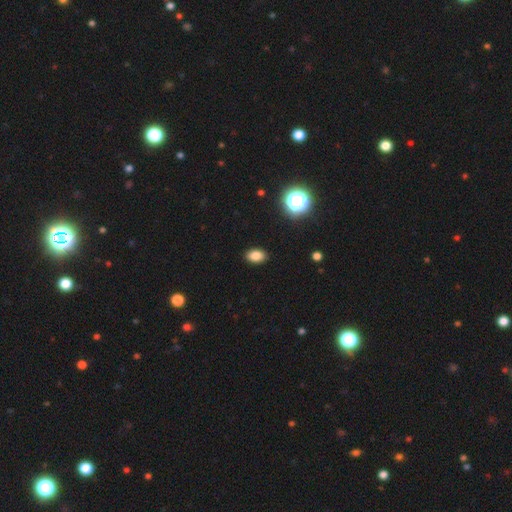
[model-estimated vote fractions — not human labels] Smooth or featured: smooth — 83% (star or artifact — 11%)
How rounded: in between — 87% (round — 12%)
Merging: none — 90% (minor disturbance — 7%)